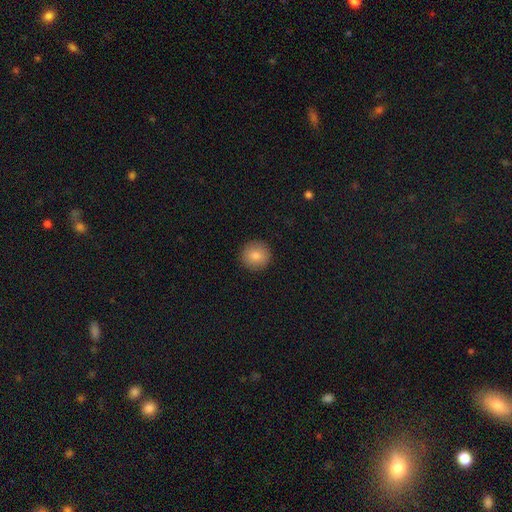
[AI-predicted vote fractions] Overall: smooth (83%). How rounded: round (95%). Merging: none (92%).